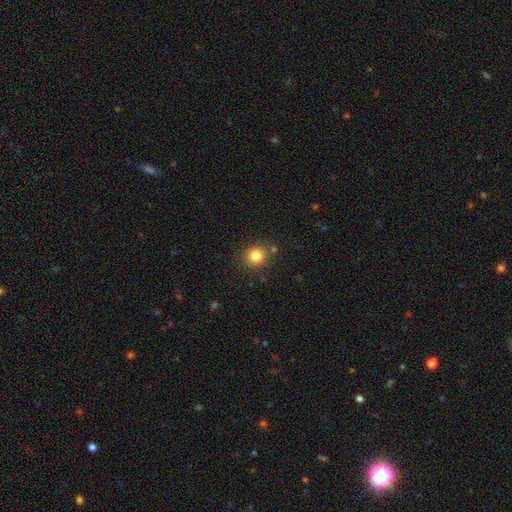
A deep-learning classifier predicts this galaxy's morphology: This is clearly a smooth galaxy (82%). How rounded: clearly round (87%). Merging: clearly none (82%).